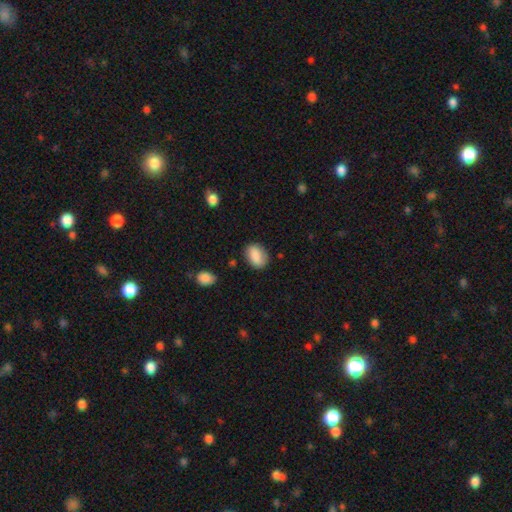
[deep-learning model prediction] Morphology: type=smooth (85%); roundness=in between (77%); merging=none (78%).